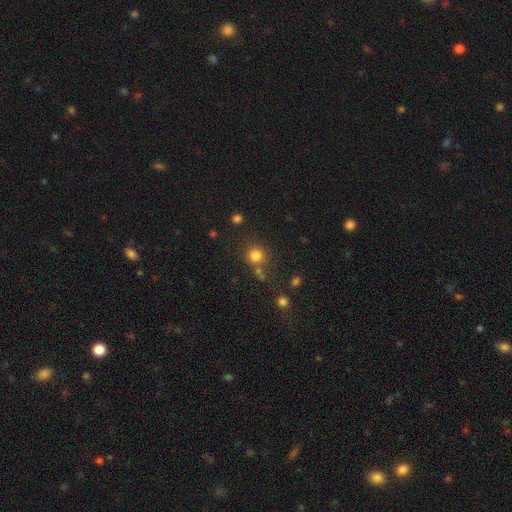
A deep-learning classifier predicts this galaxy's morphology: type=smooth (80%); roundness=round (91%); merging=none (71%).